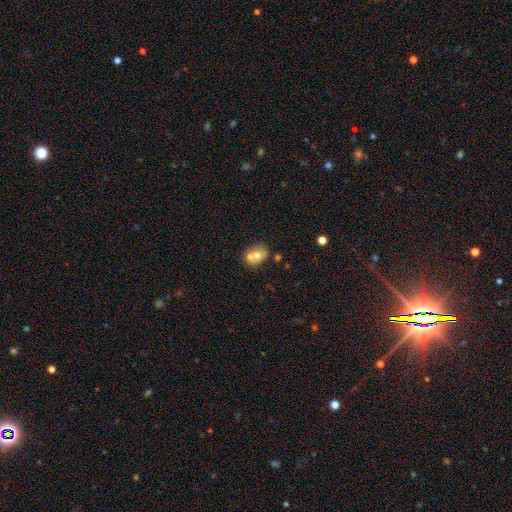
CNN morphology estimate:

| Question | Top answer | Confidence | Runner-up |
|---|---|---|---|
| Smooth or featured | smooth | 65% | featured or disk (26%) |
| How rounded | round | 50% | in between (49%) |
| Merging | merger | 43% | none (42%) |